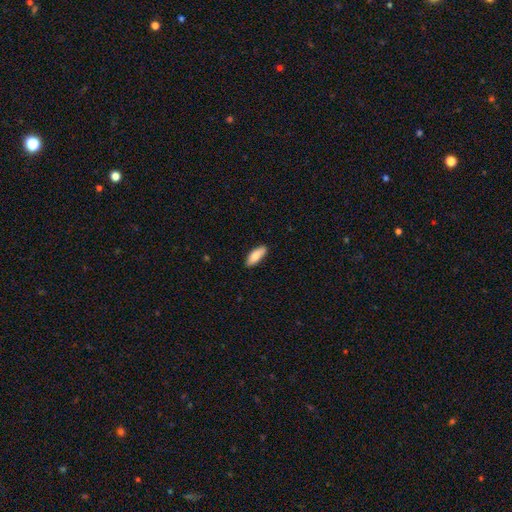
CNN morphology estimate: Smooth or featured? smooth (84%)
How rounded? in between (71%)
Merging? none (85%)